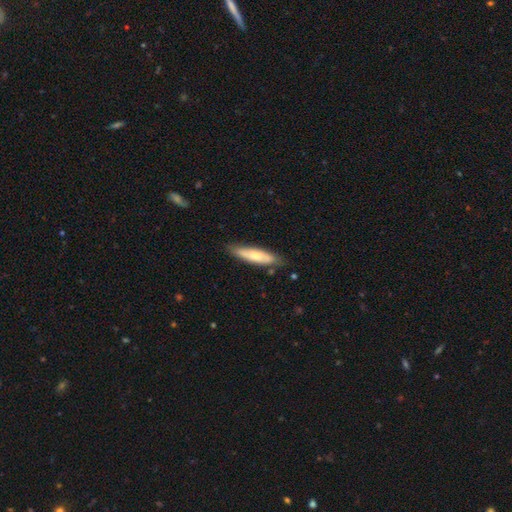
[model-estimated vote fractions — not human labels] This appears to be a smooth galaxy with no disk features (64%) that is cigar-shaped (75%). Merging: none (81%).